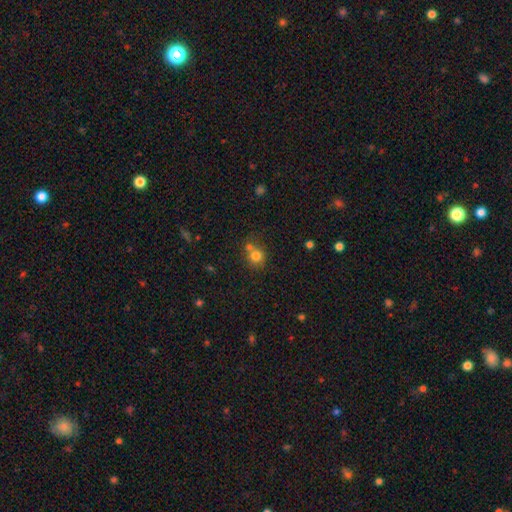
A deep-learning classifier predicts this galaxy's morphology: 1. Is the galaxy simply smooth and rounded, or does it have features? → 78% smooth, 12% star or artifact, 9% featured or disk.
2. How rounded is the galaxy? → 85% round, 14% in between, 1% cigar-shaped.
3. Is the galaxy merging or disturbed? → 52% none, 35% merger, 10% minor disturbance, 4% major disturbance.